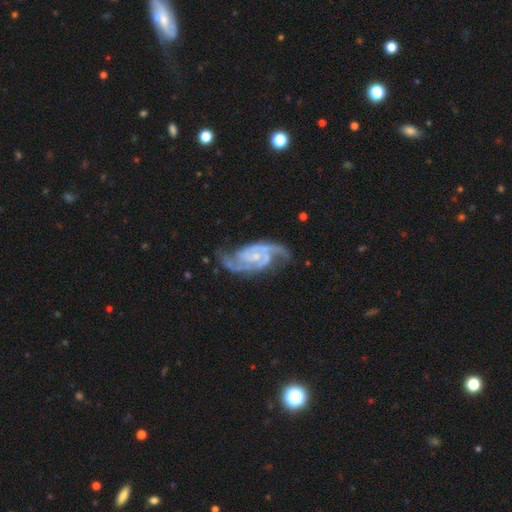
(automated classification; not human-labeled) A featured or disk galaxy (92%) with no bar (49%), 2 (84%) medium (56%) spiral arms (98%) and a small central bulge (70%). Merging: none (72%).